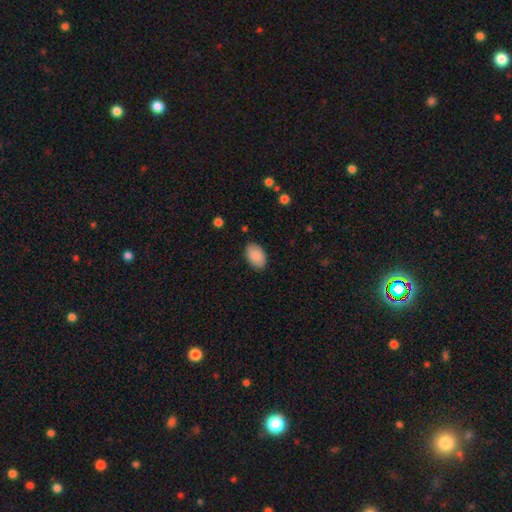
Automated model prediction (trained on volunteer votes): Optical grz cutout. It shows a smooth galaxy with no disk features (89%) that is in between round and cigar-shaped (91%). Merging: none (86%).